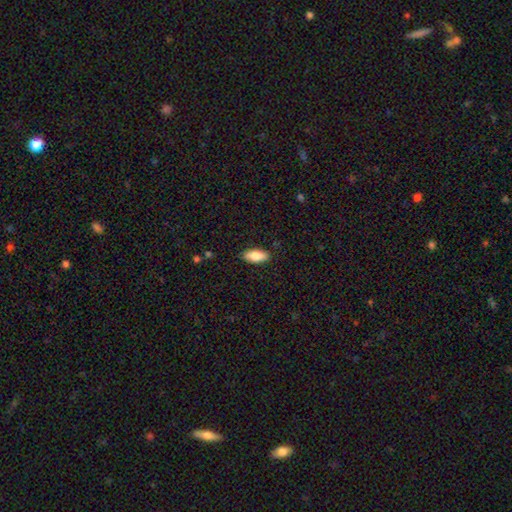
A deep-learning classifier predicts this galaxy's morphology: A smooth galaxy with no disk features (79%) that is in between round and cigar-shaped (82%). Merging: none (88%).